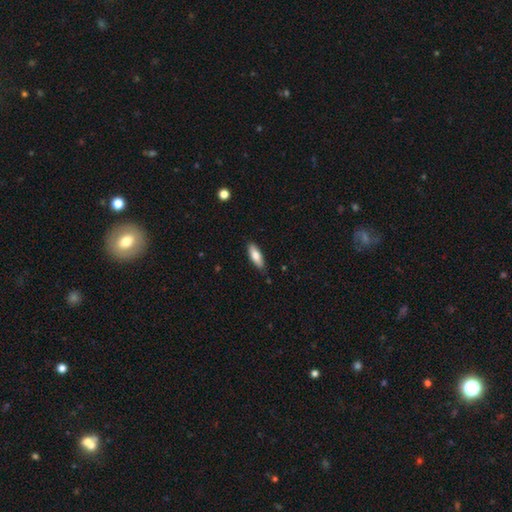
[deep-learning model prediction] Q: Smooth or featured?
A: smooth (76%); runner-up: featured or disk (18%)
Q: How rounded?
A: in between (63%); runner-up: cigar-shaped (35%)
Q: Merging?
A: none (85%); runner-up: minor disturbance (12%)